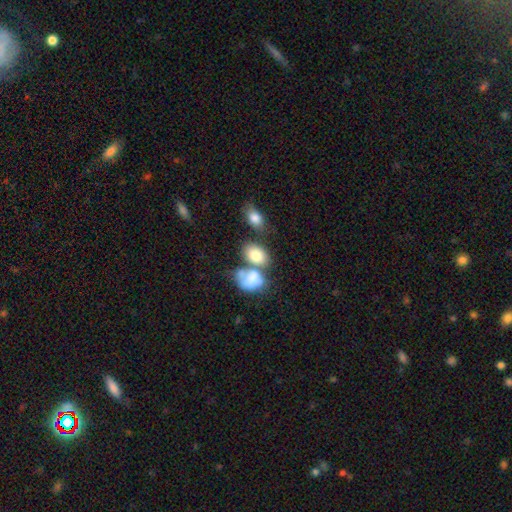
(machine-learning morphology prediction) smooth_or_featured: smooth (p=0.78) [alt: featured or disk p=0.14]
how_rounded: in between (p=0.76) [alt: round p=0.23]
merging: merger (p=0.48) [alt: none p=0.31]